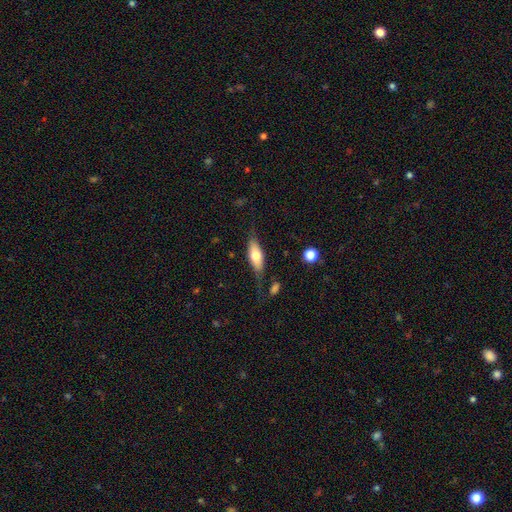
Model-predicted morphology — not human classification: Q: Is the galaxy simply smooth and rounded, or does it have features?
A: smooth — 60%.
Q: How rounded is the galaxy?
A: in between — 66%.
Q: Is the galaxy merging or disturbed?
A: none — 62%.